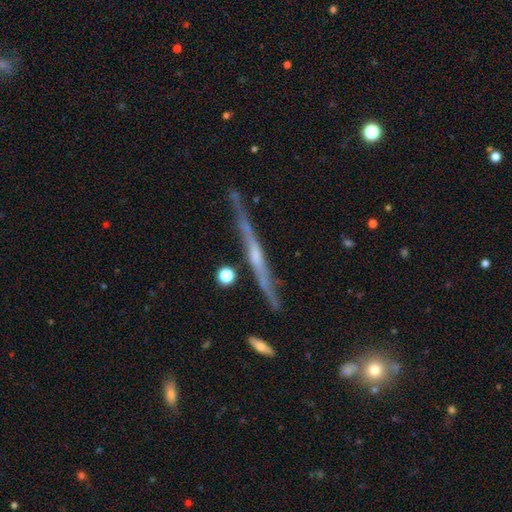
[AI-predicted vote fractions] A featured or disk galaxy (73%) viewed edge-on (96%) with no central bulge (48%). Merging: none (77%).